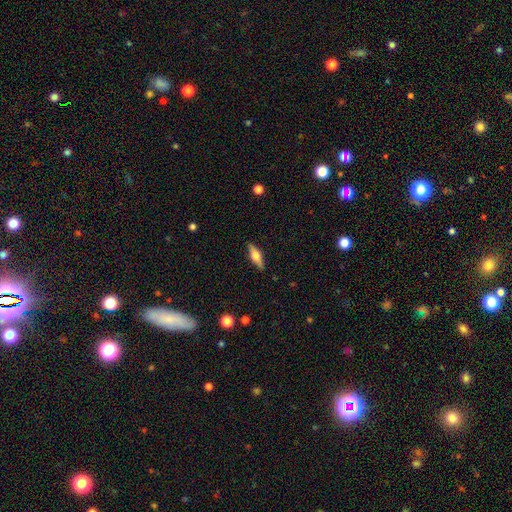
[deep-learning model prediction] featured or disk 49%, smooth 45%, star or artifact 7%. Down the decision tree: merging — none (87%).